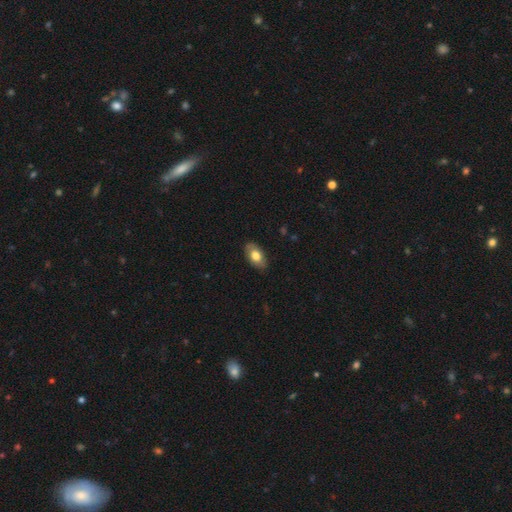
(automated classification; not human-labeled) smooth-or-featured: smooth: 75% | featured or disk: 19% | star or artifact: 6%
  how-rounded: in between: 93% | round: 5% | cigar-shaped: 2%
  merging: none: 84% | minor disturbance: 13% | major disturbance: 2% | merger: 1%